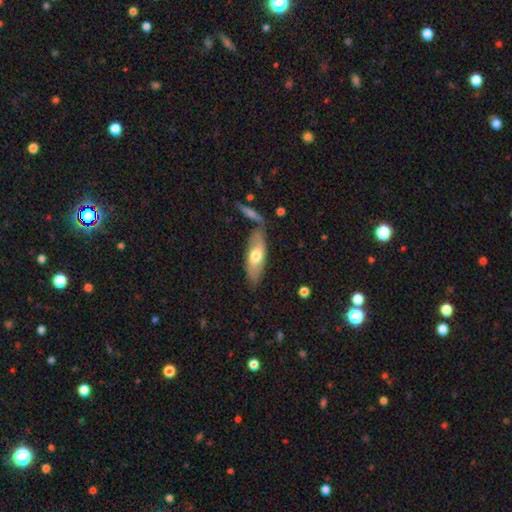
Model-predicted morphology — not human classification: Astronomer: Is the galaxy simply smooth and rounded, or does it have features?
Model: smooth — 58% (runner-up: featured or disk, 37%).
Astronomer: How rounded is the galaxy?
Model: in between — 69%.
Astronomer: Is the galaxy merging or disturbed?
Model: none — 67%.